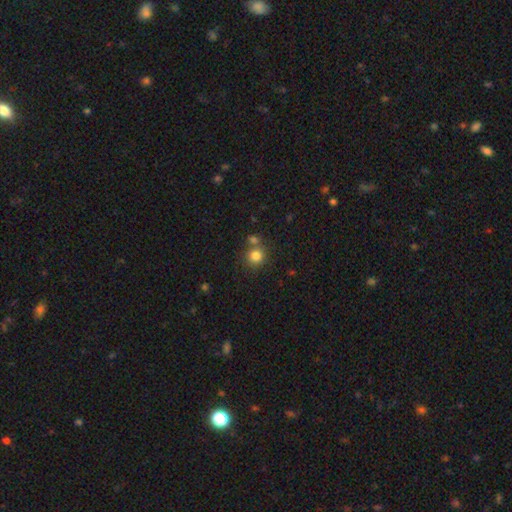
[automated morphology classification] Smooth or featured: smooth — 83% (star or artifact — 11%)
How rounded: round — 87% (in between — 12%)
Merging: none — 65% (merger — 22%)